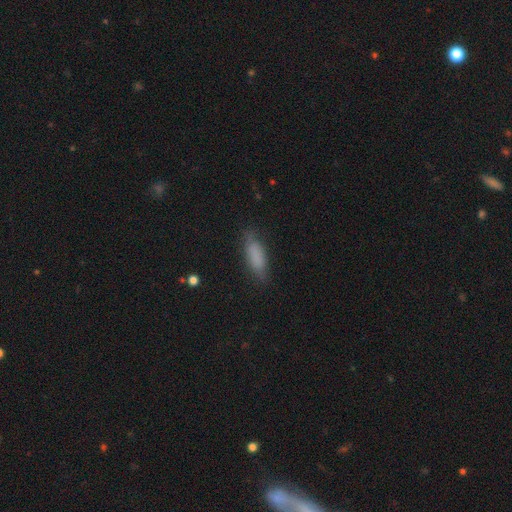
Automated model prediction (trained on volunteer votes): A smooth galaxy with no disk features (80%) that is in between round and cigar-shaped (59%).

Vote fractions:
- Smooth or featured? smooth: 80% / featured or disk: 12% / star or artifact: 8%
- How rounded? in between: 59% / cigar-shaped: 39% / round: 2%
- Merging? none: 77% / minor disturbance: 18% / major disturbance: 5% / merger: 1%